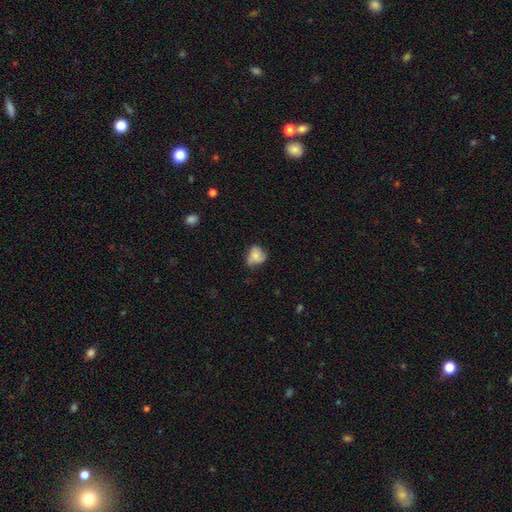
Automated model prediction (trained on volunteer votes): smooth_or_featured: smooth (p=0.55) [alt: featured or disk p=0.36]
how_rounded: round (p=0.54) [alt: in between p=0.45]
merging: none (p=0.51) [alt: minor disturbance p=0.33]